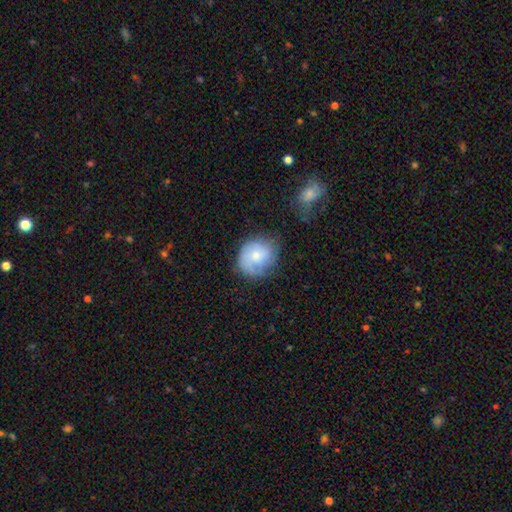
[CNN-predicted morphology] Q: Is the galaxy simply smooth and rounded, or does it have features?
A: smooth — 52%.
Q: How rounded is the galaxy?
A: round — 68%.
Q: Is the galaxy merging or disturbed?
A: none — 56%.